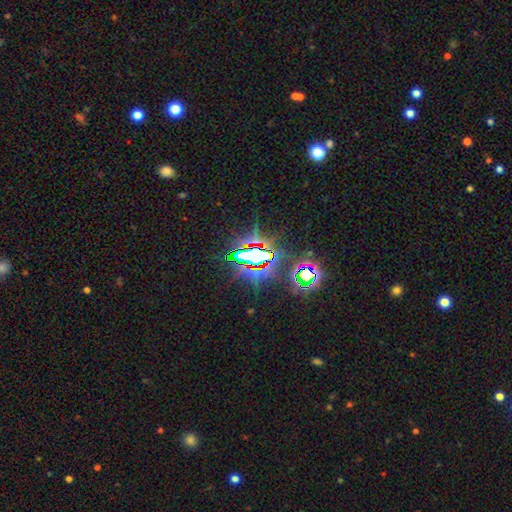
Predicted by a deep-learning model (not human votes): Overall: star or artifact (75%).